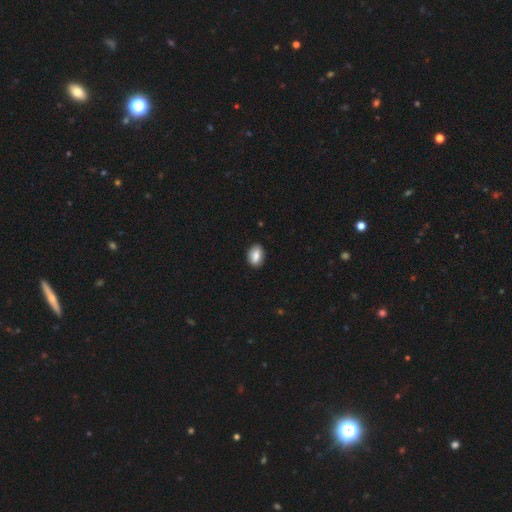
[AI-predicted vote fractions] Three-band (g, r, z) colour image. It shows a smooth galaxy with no disk features (84%) that is in between round and cigar-shaped (85%). Merging: none (85%).